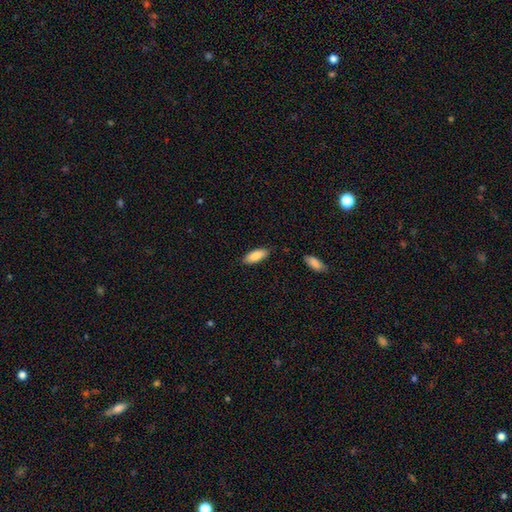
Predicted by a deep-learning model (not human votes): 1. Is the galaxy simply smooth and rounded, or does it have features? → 87% smooth, 6% featured or disk, 6% star or artifact.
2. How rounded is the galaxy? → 75% in between, 24% cigar-shaped, 2% round.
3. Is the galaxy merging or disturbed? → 85% none, 12% minor disturbance, 2% major disturbance, 2% merger.